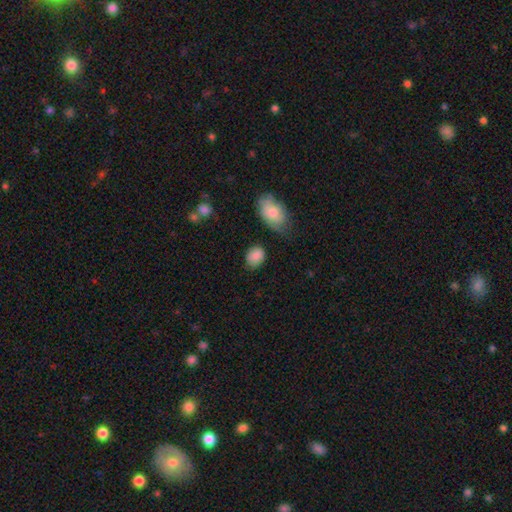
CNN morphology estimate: The model was most divided on "how rounded": in between: 63%, round: 36%, cigar-shaped: 1%. More confident: smooth or featured — smooth (86%); merging — none (70%).